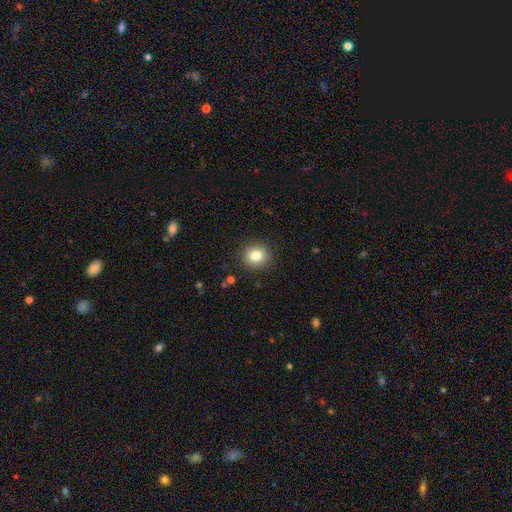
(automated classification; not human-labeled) smooth 82%, star or artifact 11%, featured or disk 7%. Down the decision tree: how rounded — round (87%); merging — none (90%).